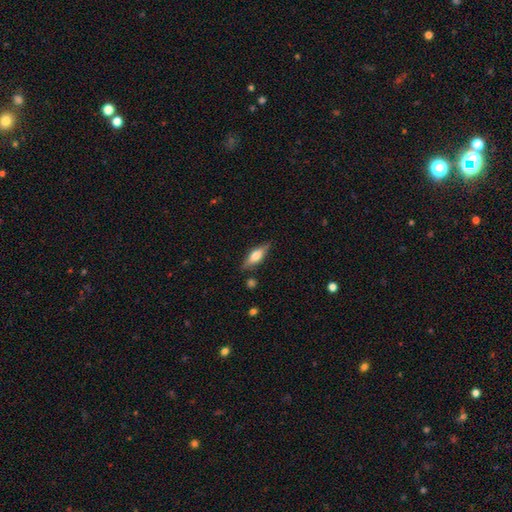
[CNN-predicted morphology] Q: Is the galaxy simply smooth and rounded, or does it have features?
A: featured or disk — 50%.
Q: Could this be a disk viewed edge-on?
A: yes — 92%.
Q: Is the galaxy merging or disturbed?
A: none — 83%.